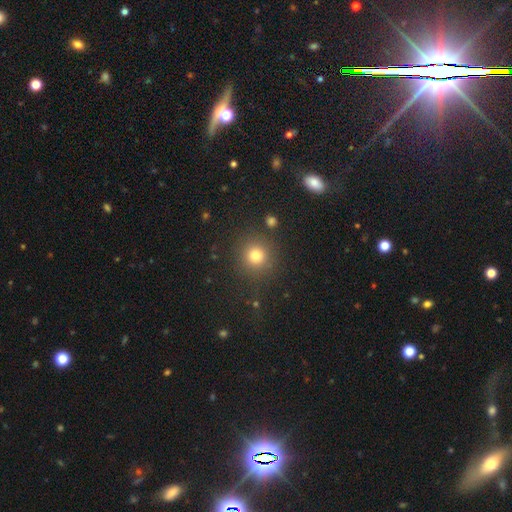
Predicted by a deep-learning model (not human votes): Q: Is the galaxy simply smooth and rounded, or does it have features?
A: smooth — 79%.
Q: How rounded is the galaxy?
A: round — 93%.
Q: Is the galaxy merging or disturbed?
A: none — 86%.